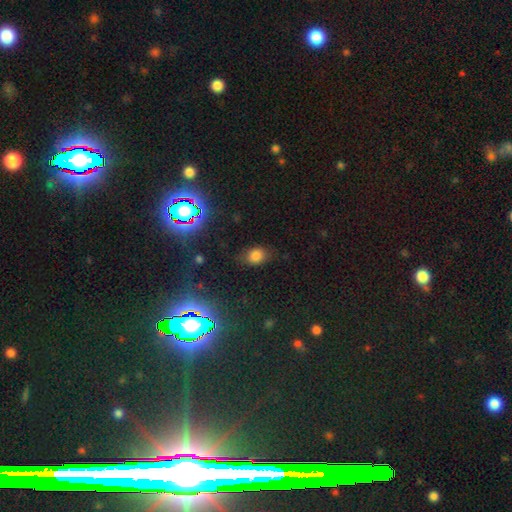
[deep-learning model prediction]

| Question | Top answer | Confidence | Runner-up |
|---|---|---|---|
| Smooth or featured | smooth | 76% | star or artifact (17%) |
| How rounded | in between | 62% | round (37%) |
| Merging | none | 74% | minor disturbance (19%) |